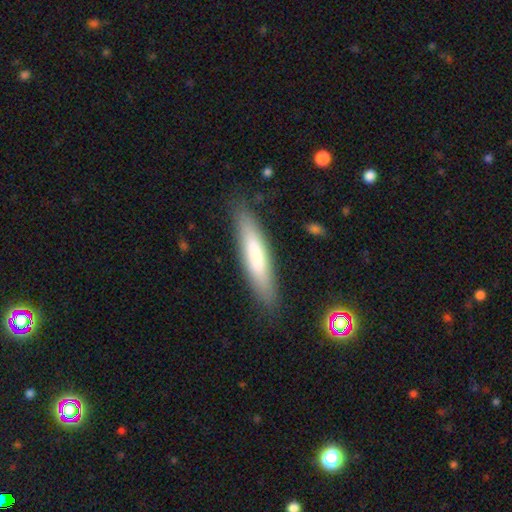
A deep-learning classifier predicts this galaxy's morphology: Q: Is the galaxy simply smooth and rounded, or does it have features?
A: smooth — 71%.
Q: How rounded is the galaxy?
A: cigar-shaped — 83%.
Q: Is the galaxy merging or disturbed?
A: none — 86%.